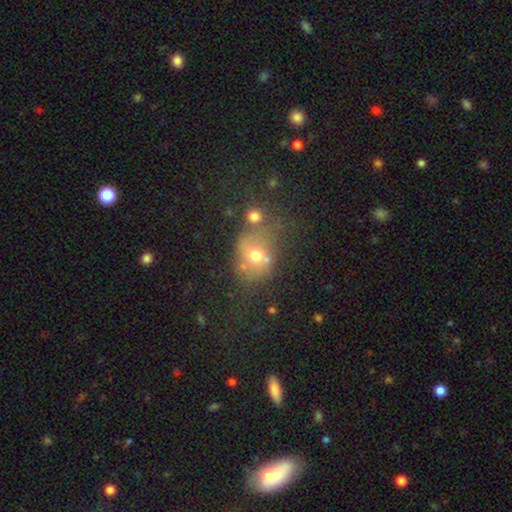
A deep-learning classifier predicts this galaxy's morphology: Smooth or featured? smooth (61%)
How rounded? round (55%)
Merging? none (47%)